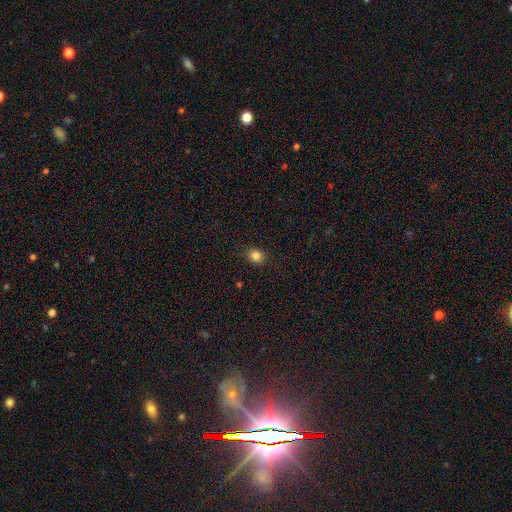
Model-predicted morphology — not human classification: A smooth galaxy with no disk features (83%) that is round (72%).

Vote fractions:
- Smooth or featured? smooth: 83% / star or artifact: 12% / featured or disk: 5%
- How rounded? round: 72% / in between: 27% / cigar-shaped: 1%
- Merging? none: 88% / minor disturbance: 9% / major disturbance: 2% / merger: 1%